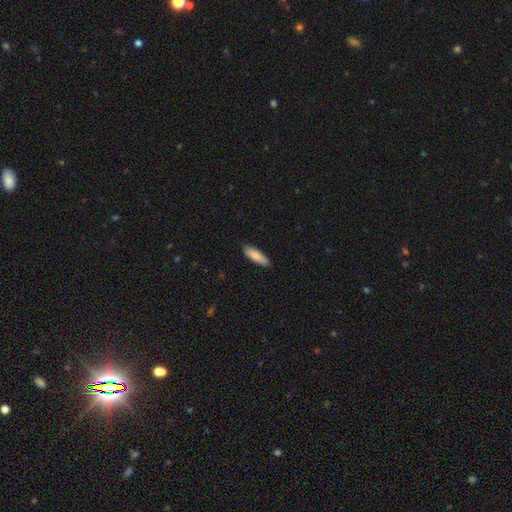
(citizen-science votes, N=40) A smooth galaxy with no disk features (85%) that is cigar-shaped (68%). Merging: none (90%).